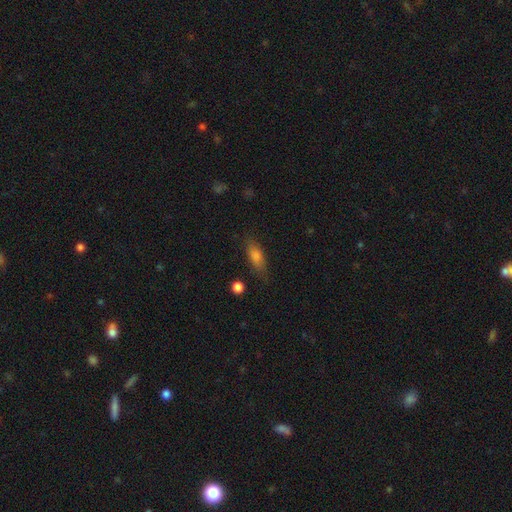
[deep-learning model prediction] A smooth galaxy with no disk features (74%) that is in between round and cigar-shaped (62%).

Vote fractions:
- Smooth or featured? smooth: 74% / featured or disk: 16% / star or artifact: 10%
- How rounded? in between: 62% / cigar-shaped: 34% / round: 4%
- Merging? none: 79% / minor disturbance: 15% / major disturbance: 4% / merger: 2%